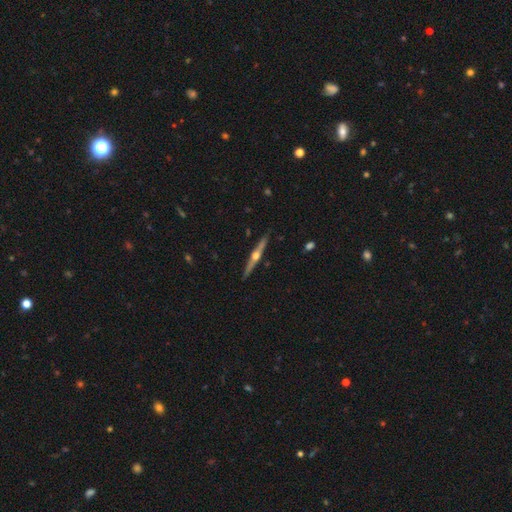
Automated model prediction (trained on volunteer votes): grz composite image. It shows a featured or disk galaxy (80%) viewed edge-on (98%) with a rounded central bulge (95%). Merging: none (90%).